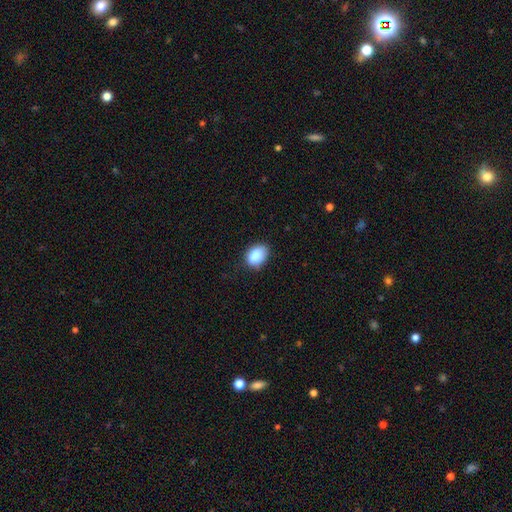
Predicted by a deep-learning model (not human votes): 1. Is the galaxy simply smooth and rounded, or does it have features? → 87% smooth, 8% star or artifact, 5% featured or disk.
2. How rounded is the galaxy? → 80% in between, 19% round, 1% cigar-shaped.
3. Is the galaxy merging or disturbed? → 74% none, 21% minor disturbance, 4% major disturbance, 1% merger.